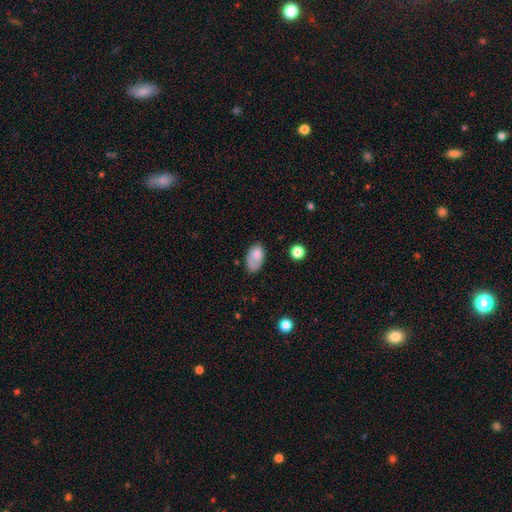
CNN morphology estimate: Smooth or featured?
  - smooth: 74% *
  - featured or disk: 18%
  - star or artifact: 8%
How rounded?
  - in between: 91% *
  - round: 7%
  - cigar-shaped: 2%
Merging?
  - none: 50% *
  - minor disturbance: 28%
  - major disturbance: 15%
  - merger: 6%